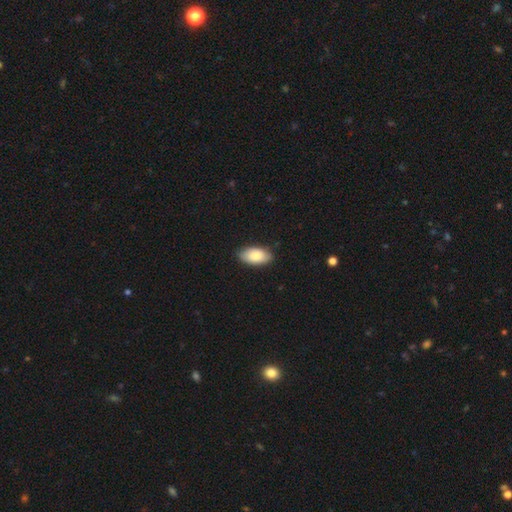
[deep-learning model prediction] A smooth galaxy with no disk features (86%) that is in between round and cigar-shaped (95%).

Vote fractions:
- Smooth or featured? smooth: 86% / featured or disk: 8% / star or artifact: 6%
- How rounded? in between: 95% / cigar-shaped: 3% / round: 2%
- Merging? none: 86% / minor disturbance: 12% / major disturbance: 2% / merger: 1%